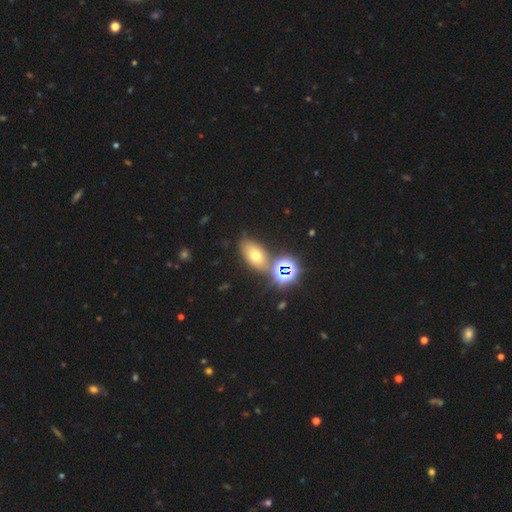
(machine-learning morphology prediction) A smooth galaxy with no disk features (60%) that is in between round and cigar-shaped (81%).

Vote fractions:
- Smooth or featured? smooth: 60% / star or artifact: 24% / featured or disk: 16%
- How rounded? in between: 81% / round: 16% / cigar-shaped: 3%
- Merging? none: 70% / minor disturbance: 13% / merger: 12% / major disturbance: 5%